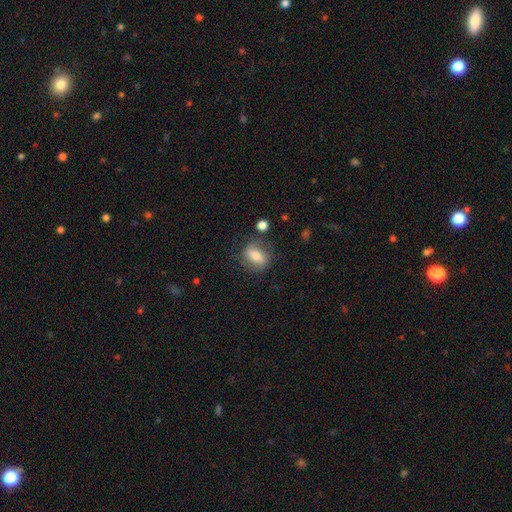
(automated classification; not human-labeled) A smooth galaxy with no disk features (66%) that is in between round and cigar-shaped (63%). Merging: none (70%).